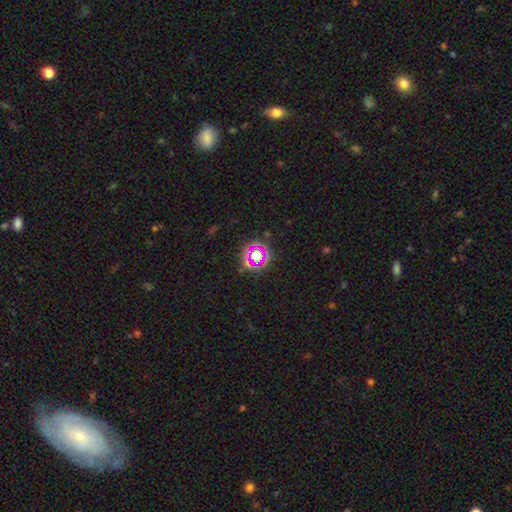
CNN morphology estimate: The model was most divided on "smooth or featured": star or artifact: 64%, smooth: 24%, featured or disk: 12%.